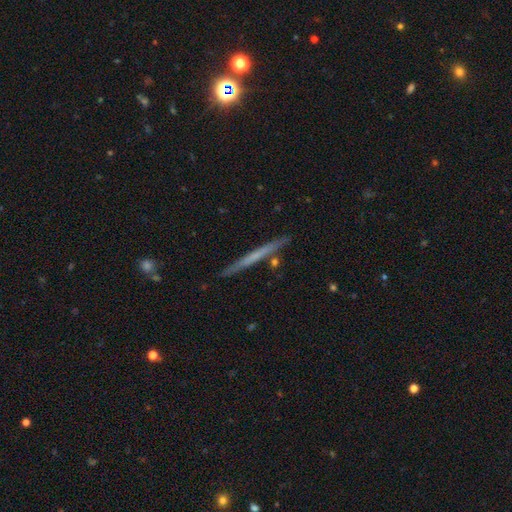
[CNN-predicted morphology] smooth-or-featured: featured or disk: 52% | smooth: 43% | star or artifact: 5%
  disk-edge-on: yes: 97% | no: 3%
    edge-on-bulge: none: 88% | rounded: 8% | boxy: 4%
  merging: none: 89% | minor disturbance: 7% | merger: 2% | major disturbance: 1%